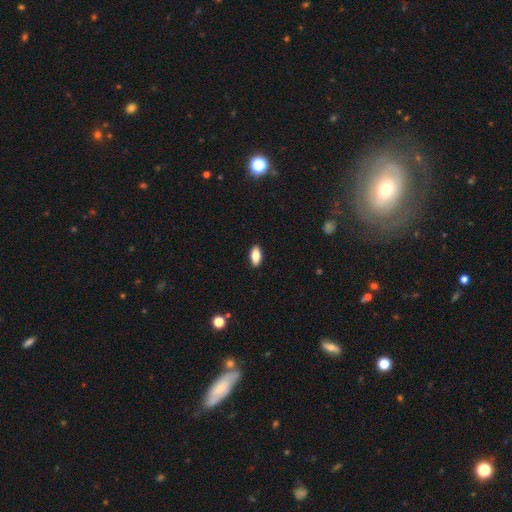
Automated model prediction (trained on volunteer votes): This appears to be a smooth galaxy with no disk features (81%) that is in between round and cigar-shaped (88%). Merging: none (90%).